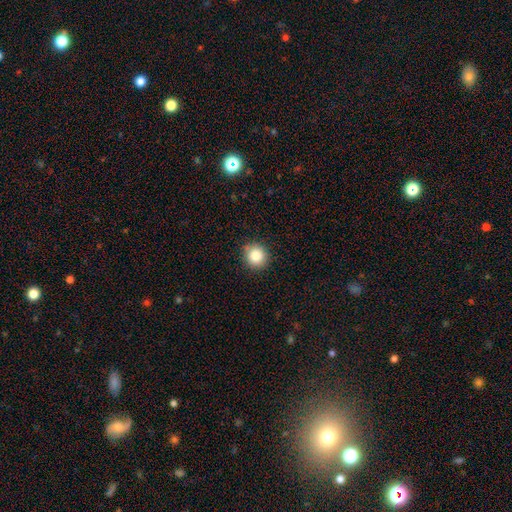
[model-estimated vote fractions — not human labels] Smooth or featured? Predicted: smooth (p=0.84). How rounded? Predicted: round (p=0.92). Merging? Predicted: none (p=0.88).